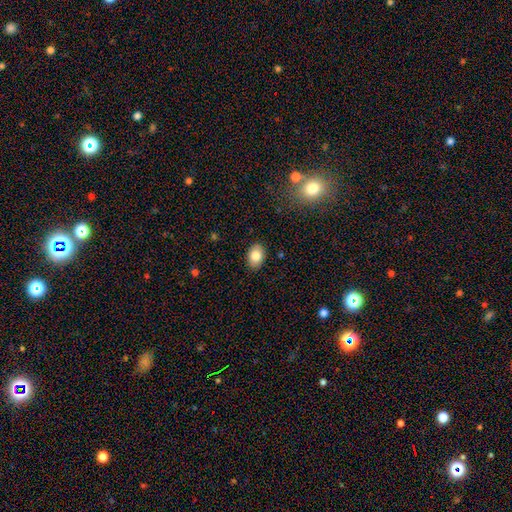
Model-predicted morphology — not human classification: This is clearly a smooth galaxy (83%). How rounded: likely in between (80%). Merging: clearly none (88%).